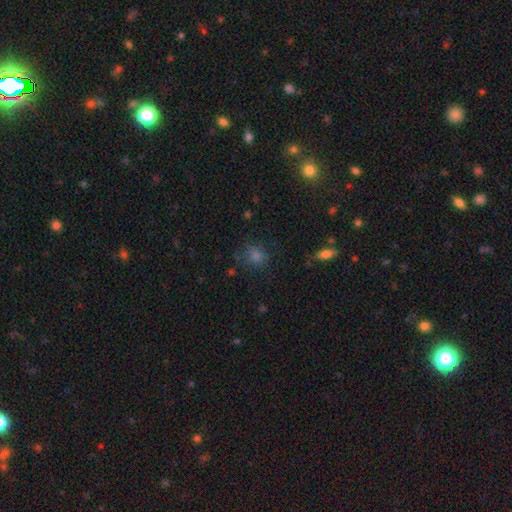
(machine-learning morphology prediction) Smooth or featured?
  - smooth: 62% *
  - star or artifact: 28%
  - featured or disk: 10%
How rounded?
  - round: 71% *
  - in between: 28%
  - cigar-shaped: 2%
Merging?
  - none: 76% *
  - minor disturbance: 15%
  - major disturbance: 6%
  - merger: 3%